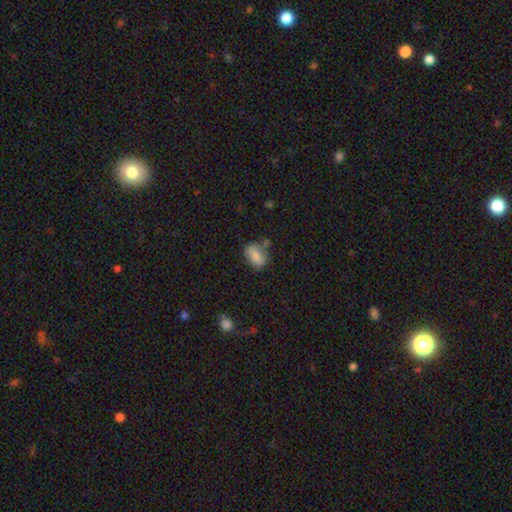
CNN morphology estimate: Smooth or featured? Predicted: smooth (p=0.75). How rounded? Predicted: in between (p=0.78). Merging? Predicted: none (p=0.63).